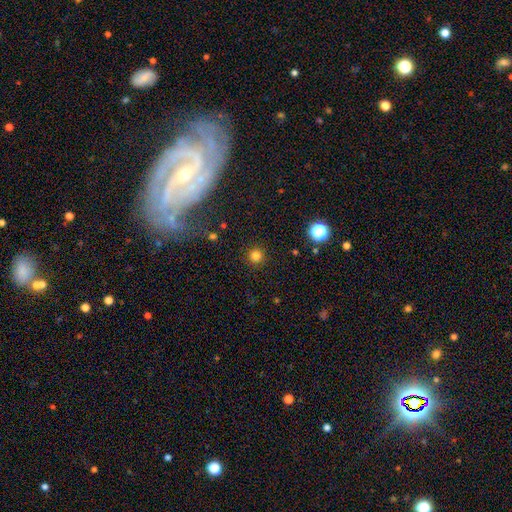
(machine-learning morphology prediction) Smooth or featured? Predicted: smooth (p=0.80). How rounded? Predicted: round (p=0.95). Merging? Predicted: none (p=0.91).